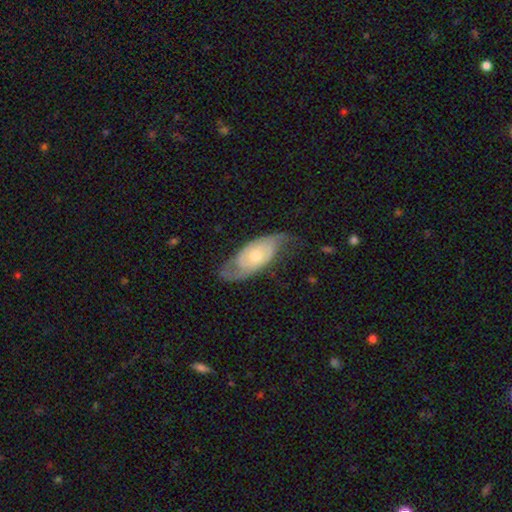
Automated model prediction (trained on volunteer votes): featured or disk 75%, smooth 20%, star or artifact 5%. Down the decision tree: edge-on disk — no (91%); bar — no (76%); spiral arms — yes (89%); spiral arm count — 2 (79%); spiral winding — medium (40%); bulge size — moderate (53%); merging — none (64%).